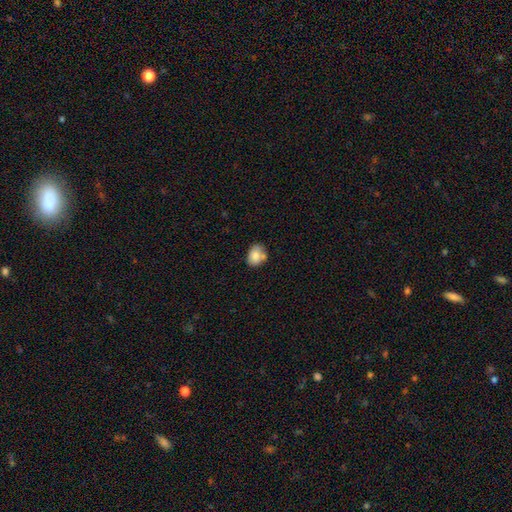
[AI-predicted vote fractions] A smooth galaxy with no disk features (78%) that is in between round and cigar-shaped (60%). Merging: none (58%).